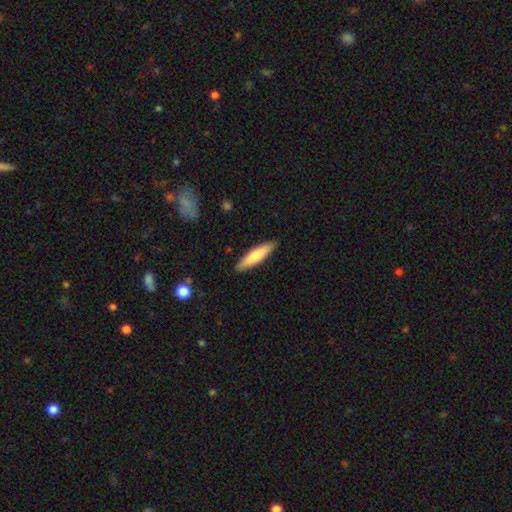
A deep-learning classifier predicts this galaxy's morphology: Smooth or featured? smooth (71%)
How rounded? cigar-shaped (77%)
Merging? none (89%)